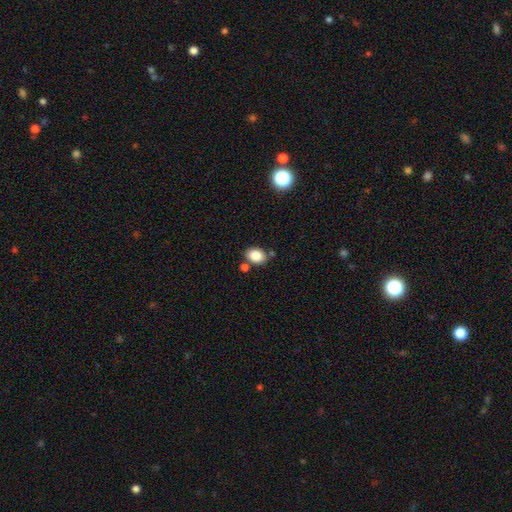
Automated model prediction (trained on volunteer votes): Smooth or featured? smooth (85%)
How rounded? in between (70%)
Merging? none (72%)